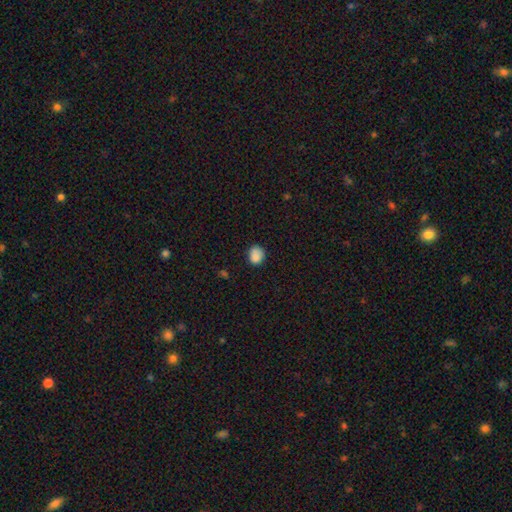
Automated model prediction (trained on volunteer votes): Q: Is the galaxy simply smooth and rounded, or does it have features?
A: smooth — 86%.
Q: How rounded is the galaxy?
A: round — 62%.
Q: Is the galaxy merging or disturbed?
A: none — 73%.